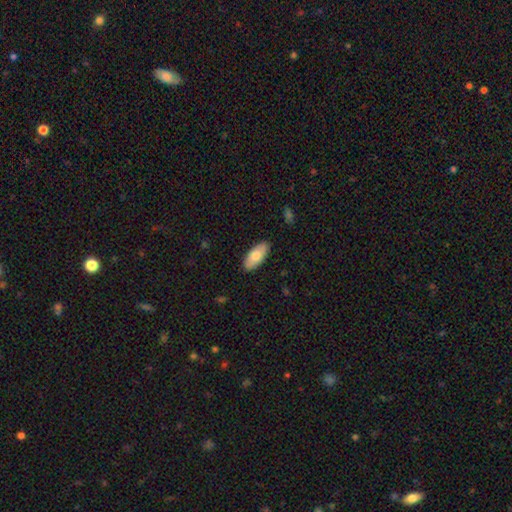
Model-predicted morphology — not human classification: A smooth galaxy with no disk features (79%) that is in between round and cigar-shaped (88%). Merging: none (88%).